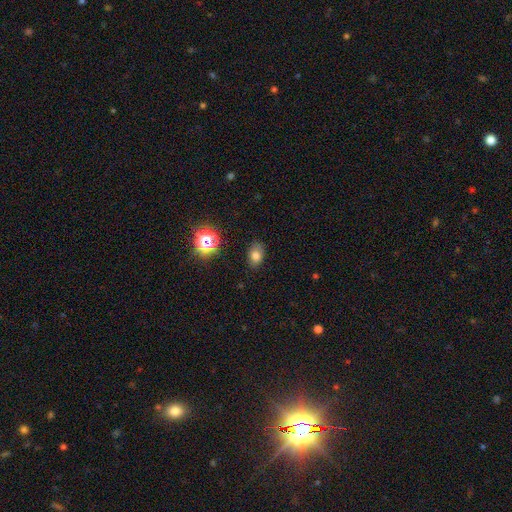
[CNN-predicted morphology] smooth_or_featured: smooth (p=0.74) [alt: star or artifact p=0.16]
how_rounded: in between (p=0.78) [alt: round p=0.21]
merging: none (p=0.79) [alt: minor disturbance p=0.15]